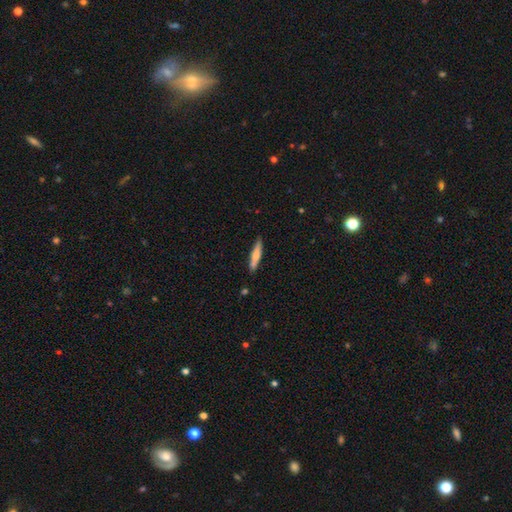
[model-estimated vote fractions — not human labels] Smooth or featured? Predicted: smooth (p=0.61). How rounded? Predicted: cigar-shaped (p=0.88). Merging? Predicted: none (p=0.85).